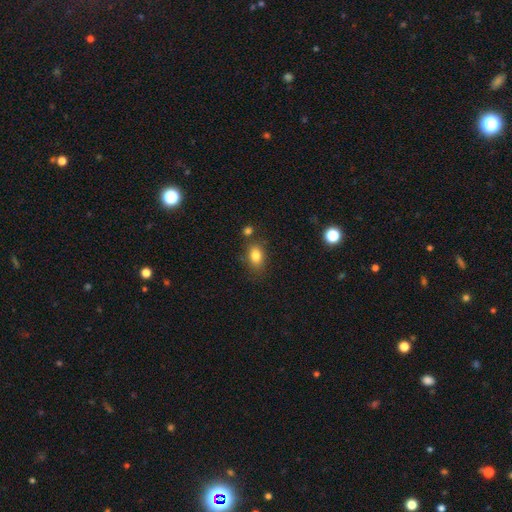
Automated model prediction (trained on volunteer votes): Overall: smooth (82%). How rounded: in between (76%). Merging: none (71%).